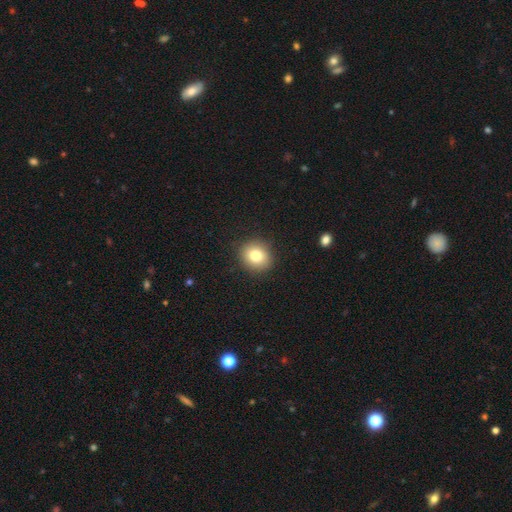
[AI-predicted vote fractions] This appears to be a smooth galaxy with no disk features (80%) that is round (79%). Merging: none (90%).